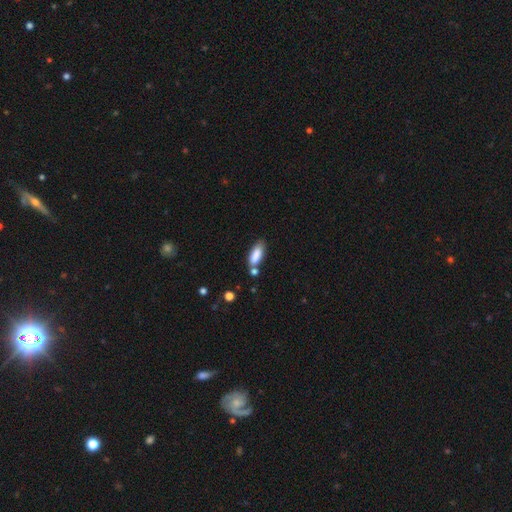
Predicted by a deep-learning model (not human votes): Smooth or featured? Predicted: smooth (p=0.84). How rounded? Predicted: in between (p=0.72). Merging? Predicted: none (p=0.56).